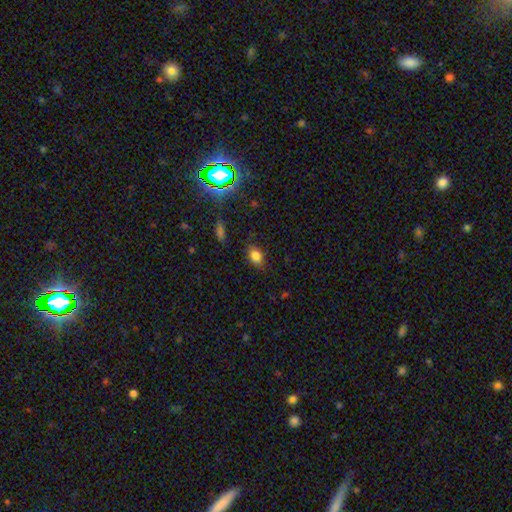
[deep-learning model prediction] smooth-or-featured: smooth: 80% | star or artifact: 12% | featured or disk: 7%
  how-rounded: in between: 78% | round: 20% | cigar-shaped: 2%
  merging: none: 80% | minor disturbance: 15% | major disturbance: 4% | merger: 1%